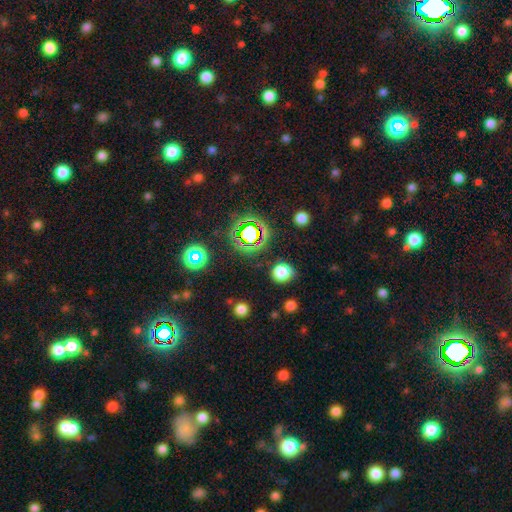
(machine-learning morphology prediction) smooth_or_featured: star or artifact (p=0.69) [alt: smooth p=0.23]